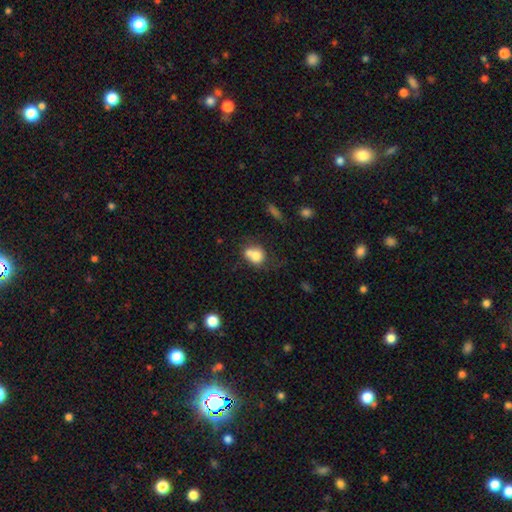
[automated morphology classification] A smooth galaxy with no disk features (73%) that is round (62%). Merging: merger (48%).